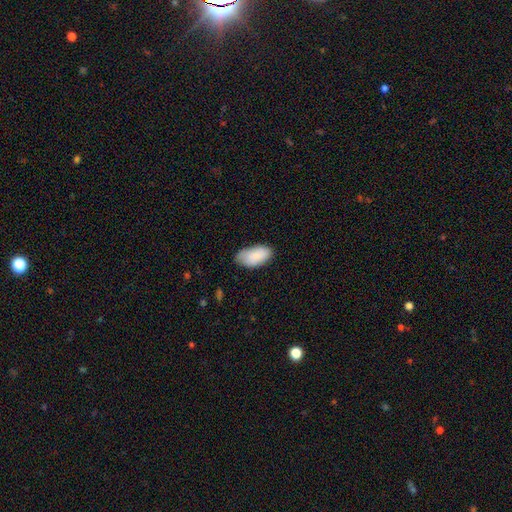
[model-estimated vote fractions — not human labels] Smooth or featured: smooth — 88% (star or artifact — 6%)
How rounded: in between — 95% (cigar-shaped — 3%)
Merging: none — 67% (minor disturbance — 27%)